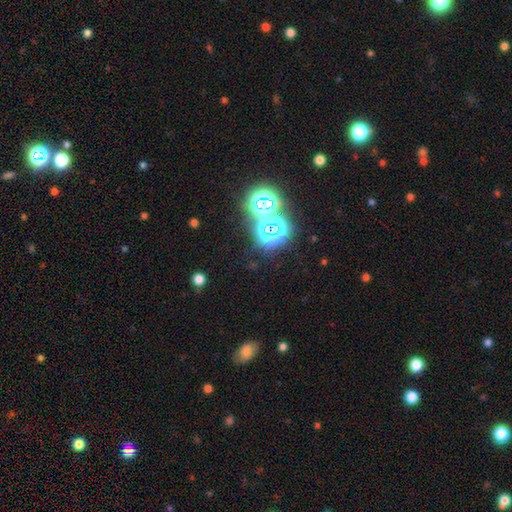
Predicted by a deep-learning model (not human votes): A star or artifact, not a galaxy (62%).

Vote fractions:
- Smooth or featured? star or artifact: 62% / smooth: 28% / featured or disk: 9%